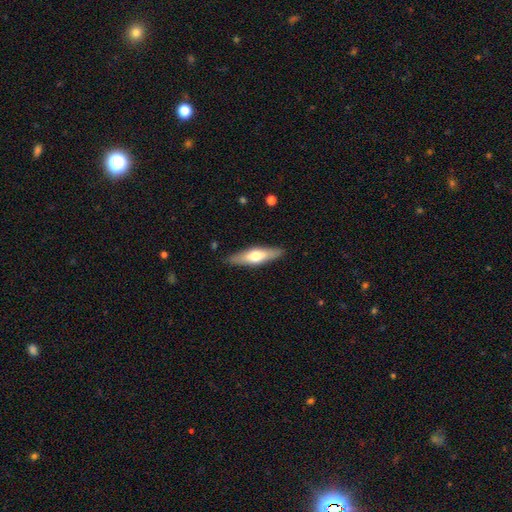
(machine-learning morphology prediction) Smooth or featured: smooth — 51% (featured or disk — 44%)
How rounded: cigar-shaped — 64% (in between — 34%)
Merging: none — 87% (minor disturbance — 10%)